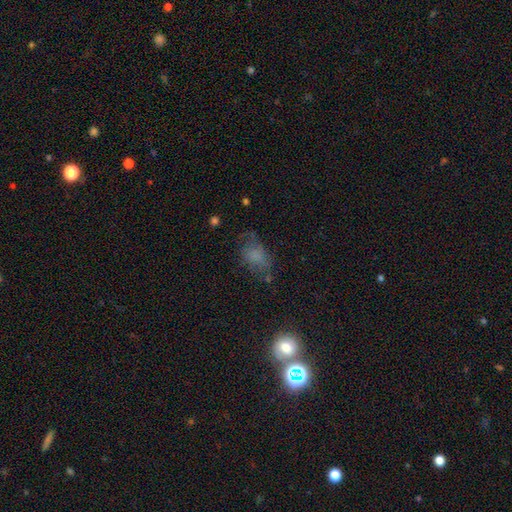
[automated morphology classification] Smooth or featured? smooth (66%)
How rounded? in between (81%)
Merging? none (48%)